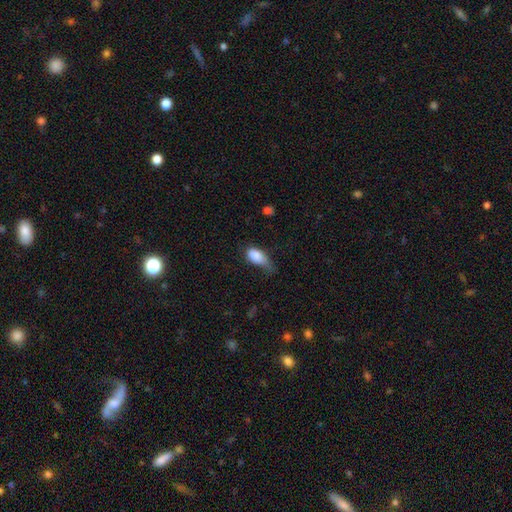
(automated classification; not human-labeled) This appears to be a smooth galaxy with no disk features (84%) that is in between round and cigar-shaped (89%). Merging: minor disturbance (42%).